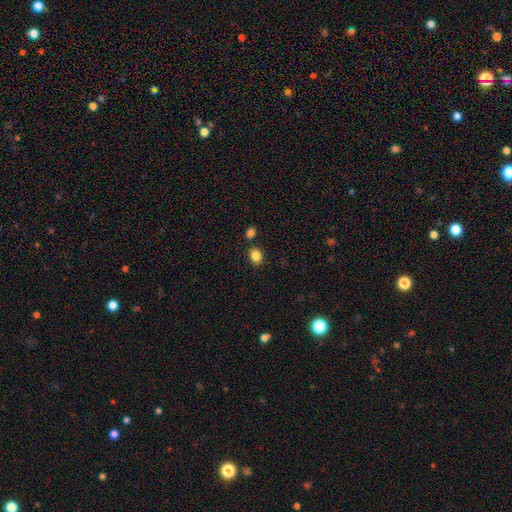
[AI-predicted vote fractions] Smooth or featured? Predicted: smooth (p=0.85). How rounded? Predicted: in between (p=0.55). Merging? Predicted: none (p=0.81).